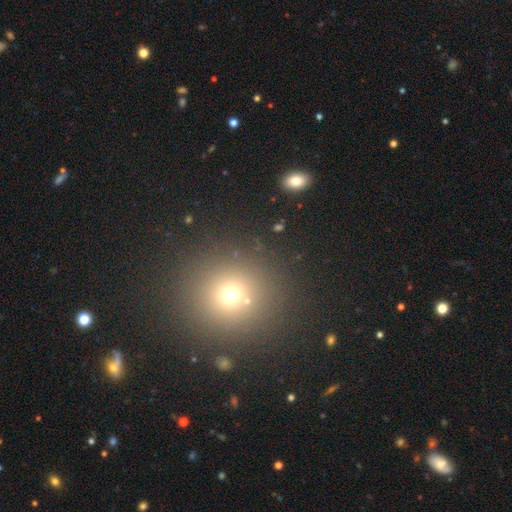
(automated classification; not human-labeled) This is possibly a smooth galaxy (60%). How rounded: clearly round (91%). Merging: clearly none (91%).